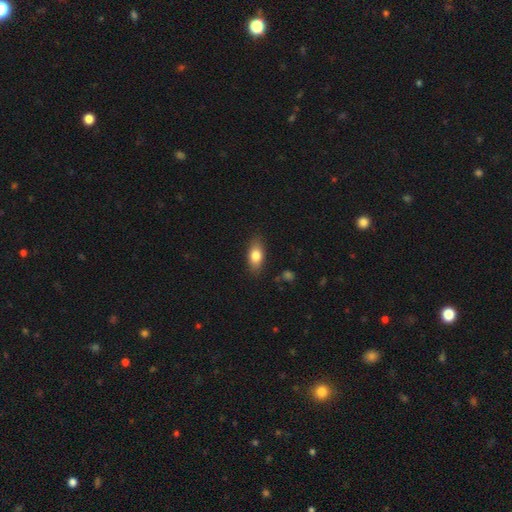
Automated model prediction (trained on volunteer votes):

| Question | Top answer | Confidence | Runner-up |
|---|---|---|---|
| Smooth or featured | smooth | 80% | featured or disk (13%) |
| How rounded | in between | 85% | cigar-shaped (10%) |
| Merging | none | 84% | minor disturbance (12%) |